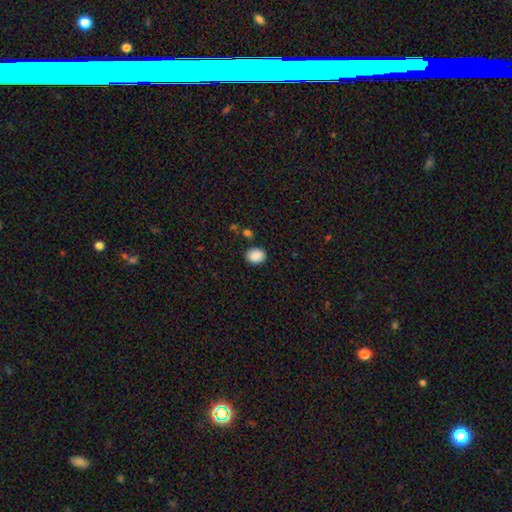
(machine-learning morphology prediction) Smooth or featured: smooth — 89% (star or artifact — 8%)
How rounded: in between — 55% (round — 44%)
Merging: none — 85% (minor disturbance — 10%)